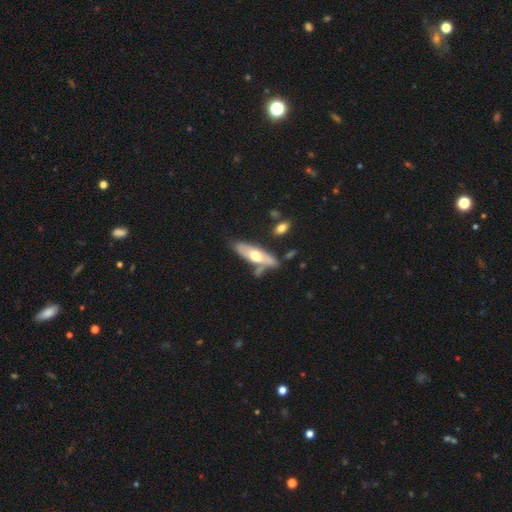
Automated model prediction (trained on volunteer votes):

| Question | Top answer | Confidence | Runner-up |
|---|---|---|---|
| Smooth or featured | featured or disk | 51% | smooth (44%) |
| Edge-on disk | yes | 54% | no (46%) |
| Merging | none | 60% | minor disturbance (21%) |